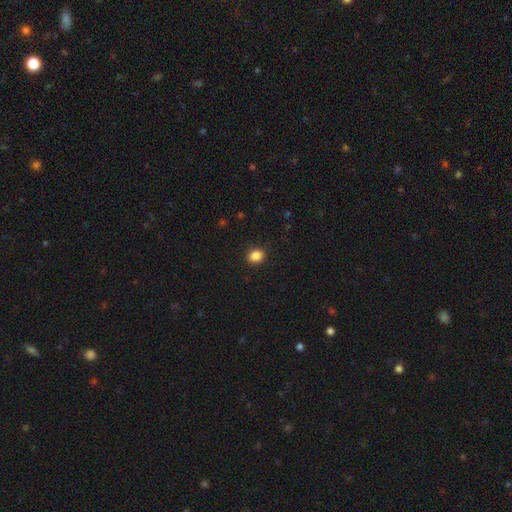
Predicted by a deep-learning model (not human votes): Smooth or featured?
  - smooth: 86% *
  - star or artifact: 10%
  - featured or disk: 4%
How rounded?
  - round: 71% *
  - in between: 28%
  - cigar-shaped: 1%
Merging?
  - none: 91% *
  - minor disturbance: 6%
  - major disturbance: 2%
  - merger: 1%